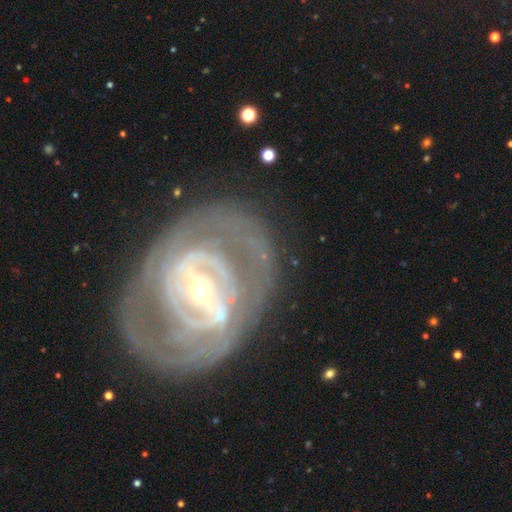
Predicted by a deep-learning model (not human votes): featured or disk 85%, smooth 9%, star or artifact 6%. Down the decision tree: edge-on disk — no (95%); bar — strong (52%); spiral arms — yes (77%); spiral arm count — 2 (37%, tied with can't tell); spiral winding — tight (66%); bulge size — small (71%); merging — none (72%).